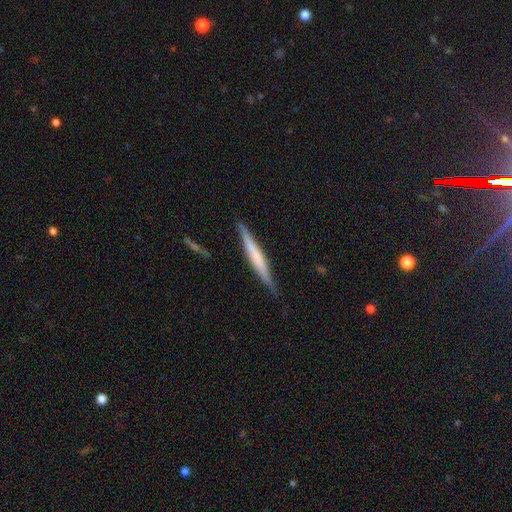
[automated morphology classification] The model was most divided on "smooth or featured": featured or disk: 49%, smooth: 45%, star or artifact: 6%. More confident: merging — none (85%).